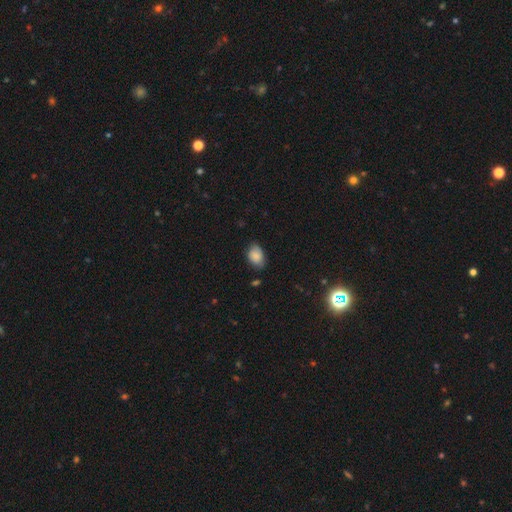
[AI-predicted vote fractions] A smooth galaxy with no disk features (83%) that is in between round and cigar-shaped (83%).

Vote fractions:
- Smooth or featured? smooth: 83% / featured or disk: 9% / star or artifact: 8%
- How rounded? in between: 83% / round: 15% / cigar-shaped: 1%
- Merging? none: 68% / minor disturbance: 26% / major disturbance: 4% / merger: 2%